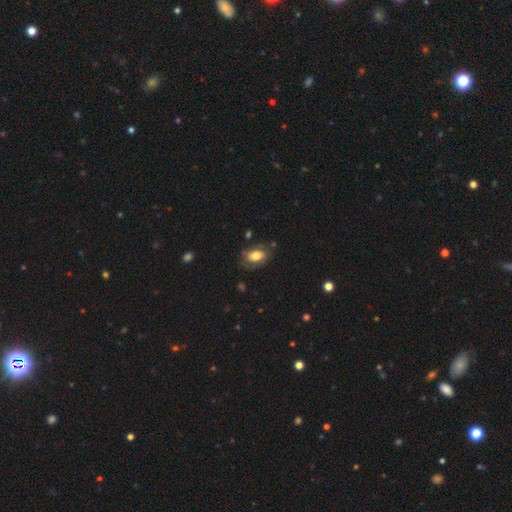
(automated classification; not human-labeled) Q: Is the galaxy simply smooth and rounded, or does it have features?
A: smooth — 68%.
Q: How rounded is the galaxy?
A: in between — 87%.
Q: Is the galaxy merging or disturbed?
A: none — 66%.